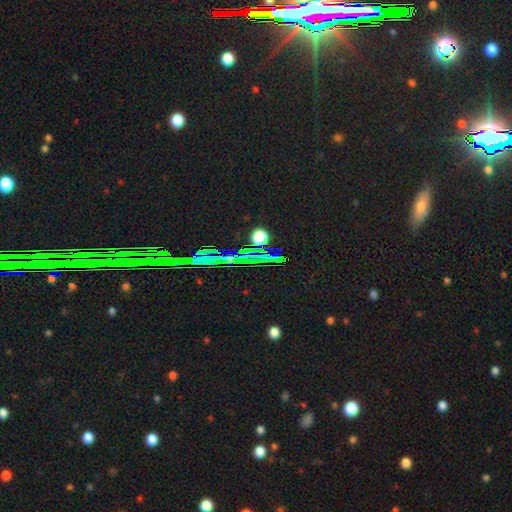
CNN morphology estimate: Smooth or featured?
  - star or artifact: 80% *
  - smooth: 11%
  - featured or disk: 9%